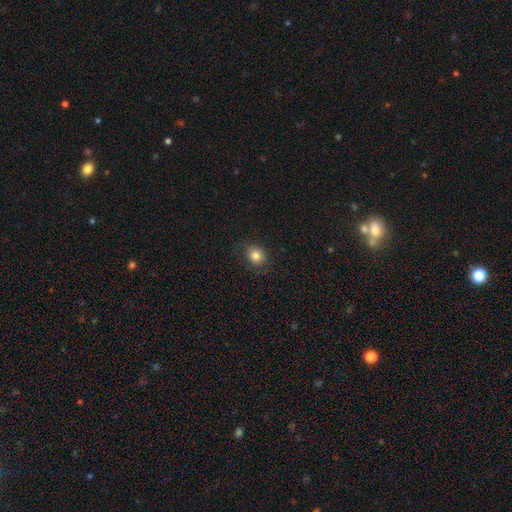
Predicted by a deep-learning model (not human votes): Smooth or featured? Predicted: smooth (p=0.82). How rounded? Predicted: round (p=0.74). Merging? Predicted: none (p=0.82).